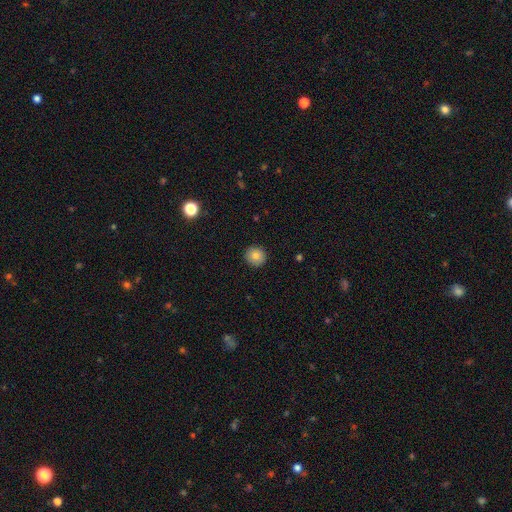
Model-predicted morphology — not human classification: This is clearly a smooth galaxy (82%). How rounded: clearly round (94%). Merging: clearly none (92%).